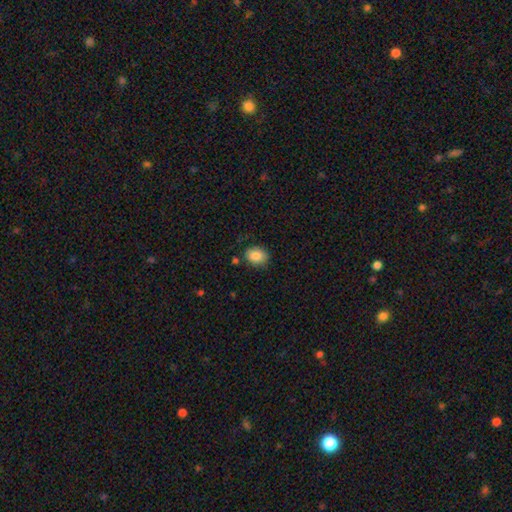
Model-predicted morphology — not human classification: This appears to be a smooth galaxy with no disk features (87%) that is in between round and cigar-shaped (62%). Merging: none (78%).